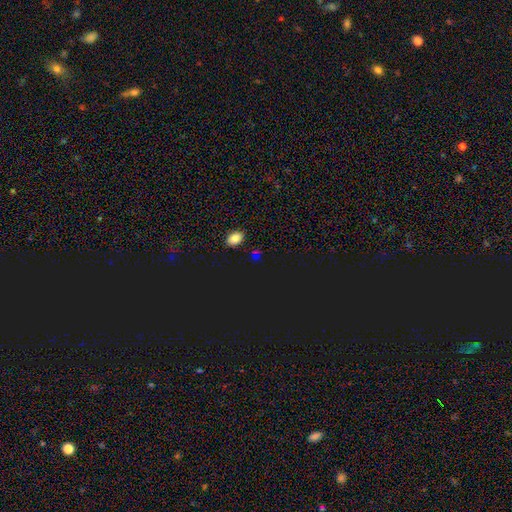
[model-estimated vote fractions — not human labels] This is possibly a smooth galaxy (48%). Merging: clearly none (84%).